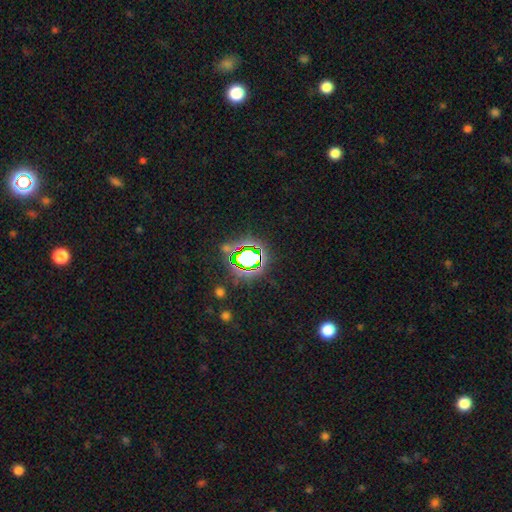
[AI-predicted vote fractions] Overall: star or artifact (72%).